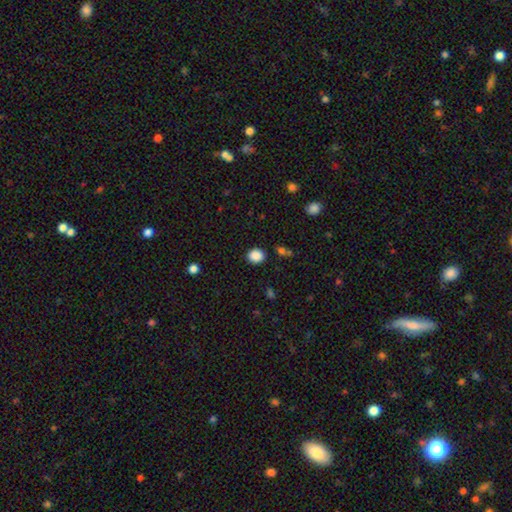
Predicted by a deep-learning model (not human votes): A smooth galaxy with no disk features (88%) that is round (71%).

Vote fractions:
- Smooth or featured? smooth: 88% / star or artifact: 9% / featured or disk: 3%
- How rounded? round: 71% / in between: 28% / cigar-shaped: 1%
- Merging? none: 88% / minor disturbance: 7% / major disturbance: 2% / merger: 2%